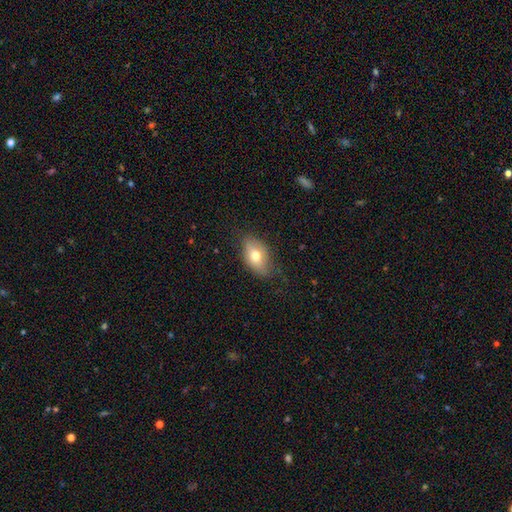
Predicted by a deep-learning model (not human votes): smooth_or_featured: smooth (p=0.72) [alt: featured or disk p=0.20]
how_rounded: in between (p=0.89) [alt: round p=0.09]
merging: none (p=0.74) [alt: minor disturbance p=0.20]